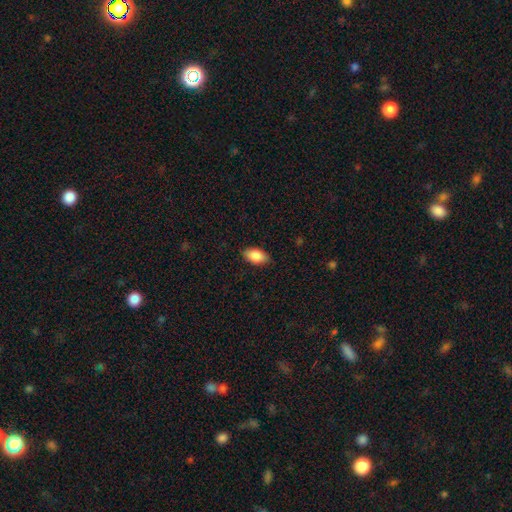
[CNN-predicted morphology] smooth_or_featured: smooth (p=0.89) [alt: star or artifact p=0.07]
how_rounded: in between (p=0.93) [alt: round p=0.04]
merging: none (p=0.85) [alt: minor disturbance p=0.11]